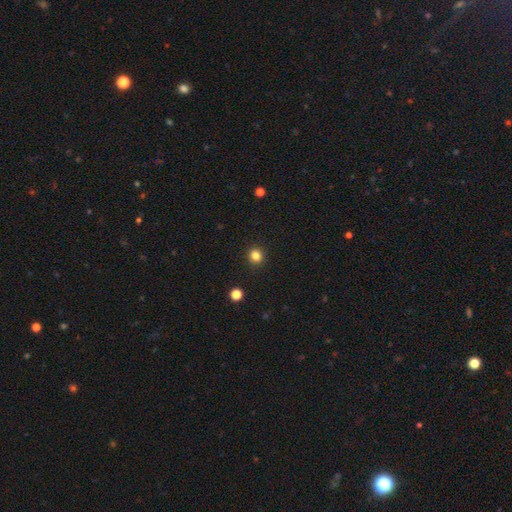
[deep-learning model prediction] The model was most divided on "smooth or featured": smooth: 83%, star or artifact: 13%, featured or disk: 4%. More confident: merging — none (93%); how rounded — round (92%).